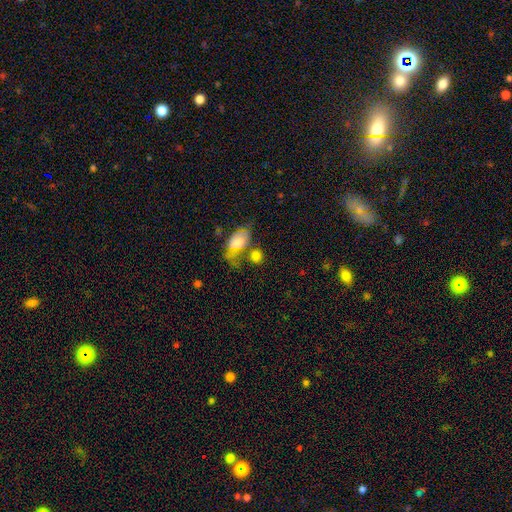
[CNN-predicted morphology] Smooth or featured: smooth — 77% (featured or disk — 14%)
How rounded: round — 51% (in between — 46%)
Merging: none — 45% (merger — 27%)